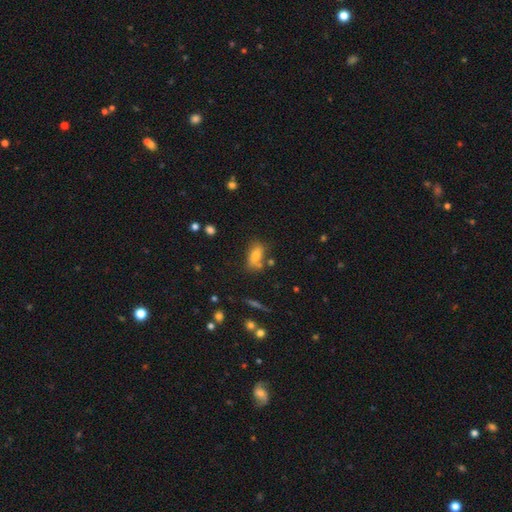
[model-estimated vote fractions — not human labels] Smooth or featured? Predicted: smooth (p=0.77). How rounded? Predicted: in between (p=0.84). Merging? Predicted: none (p=0.66).